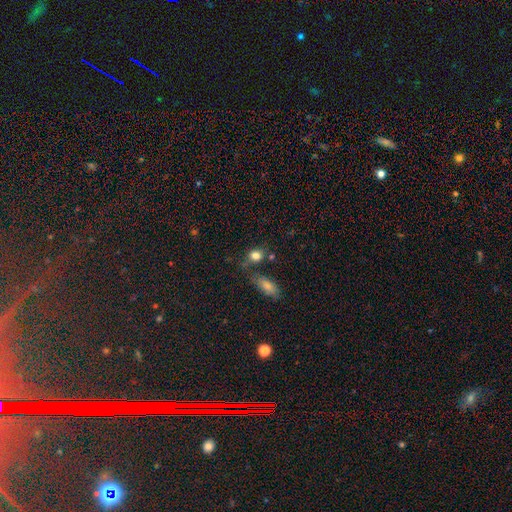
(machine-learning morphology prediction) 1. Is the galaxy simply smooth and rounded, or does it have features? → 83% smooth, 10% star or artifact, 7% featured or disk.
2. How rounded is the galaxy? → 53% round, 44% in between, 3% cigar-shaped.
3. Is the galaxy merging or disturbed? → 65% none, 16% minor disturbance, 13% merger, 6% major disturbance.